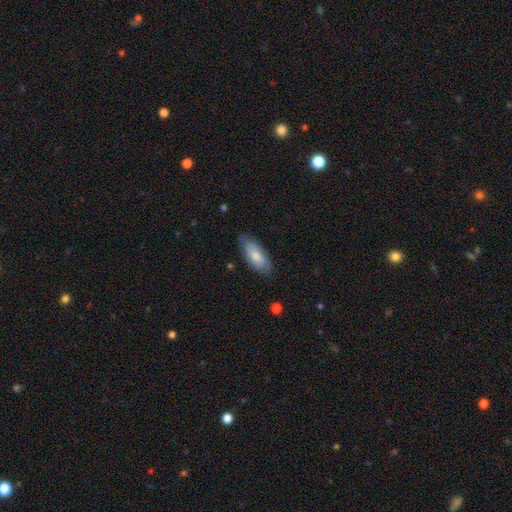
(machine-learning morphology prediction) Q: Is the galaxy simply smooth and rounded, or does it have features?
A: smooth — 75%.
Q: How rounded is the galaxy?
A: in between — 83%.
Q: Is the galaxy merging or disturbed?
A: none — 77%.